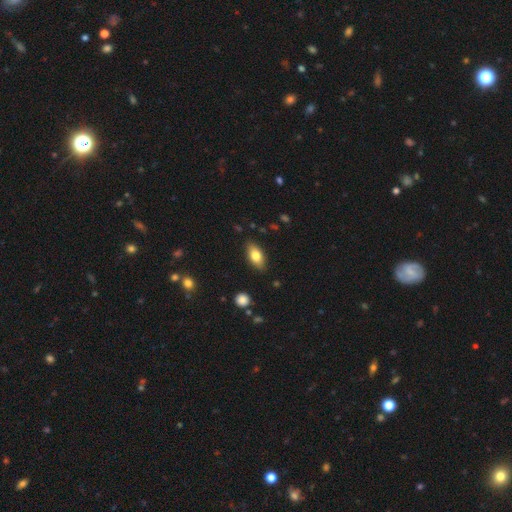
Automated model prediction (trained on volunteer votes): Smooth or featured? Predicted: smooth (p=0.77). How rounded? Predicted: in between (p=0.88). Merging? Predicted: none (p=0.85).